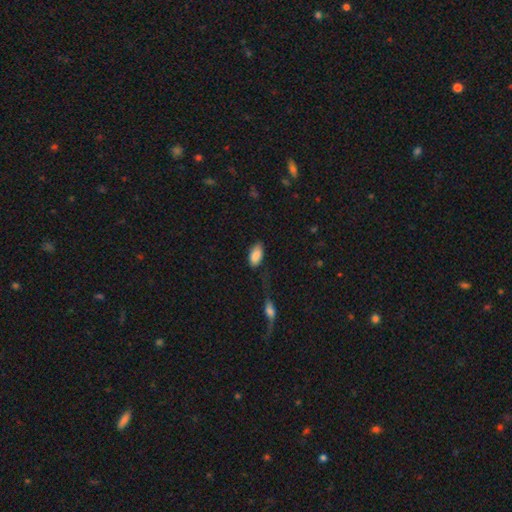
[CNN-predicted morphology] type=smooth (86%); roundness=in between (94%); merging=none (65%).